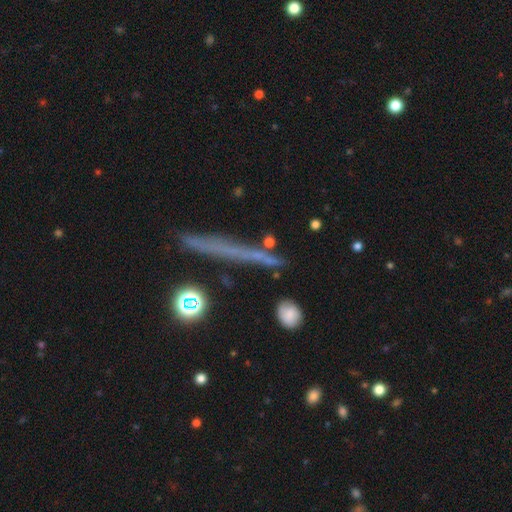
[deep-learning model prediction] Smooth or featured? smooth (45%)
Merging? none (81%)